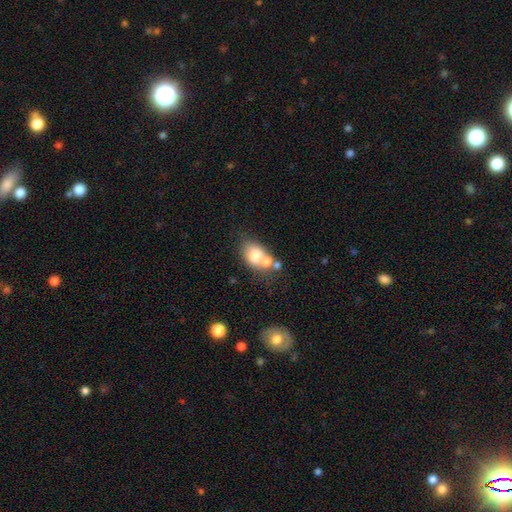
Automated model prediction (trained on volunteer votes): A smooth galaxy with no disk features (71%) that is in between round and cigar-shaped (71%).

Vote fractions:
- Smooth or featured? smooth: 71% / featured or disk: 19% / star or artifact: 10%
- How rounded? in between: 71% / round: 27% / cigar-shaped: 2%
- Merging? merger: 46% / none: 33% / minor disturbance: 13% / major disturbance: 8%